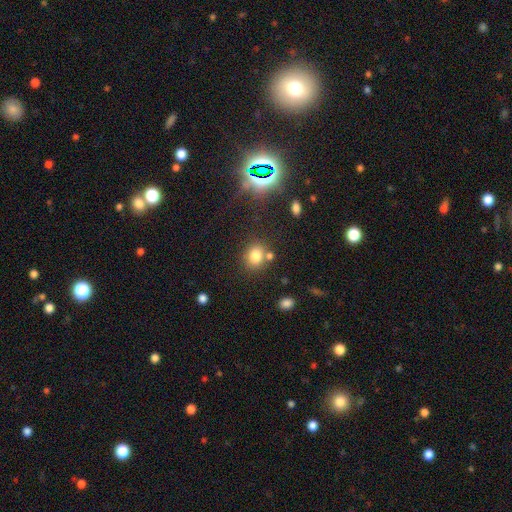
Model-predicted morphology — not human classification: Smooth or featured: smooth — 79% (star or artifact — 13%)
How rounded: round — 65% (in between — 34%)
Merging: none — 69% (merger — 15%)